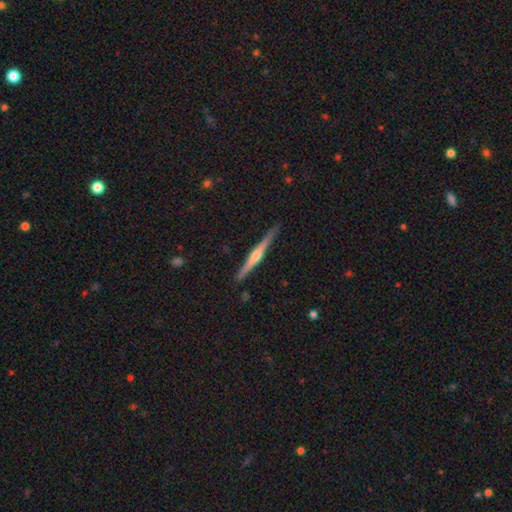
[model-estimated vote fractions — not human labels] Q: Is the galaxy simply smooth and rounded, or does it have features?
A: featured or disk — 78%.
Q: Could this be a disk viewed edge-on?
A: yes — 98%.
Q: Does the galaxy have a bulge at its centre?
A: rounded — 87%.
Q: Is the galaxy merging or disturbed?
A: none — 90%.